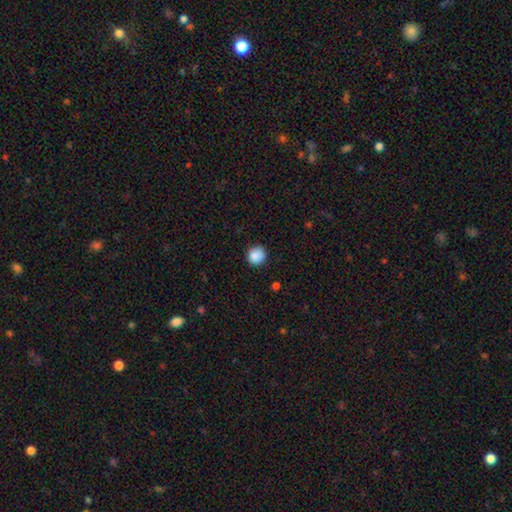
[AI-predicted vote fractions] Smooth or featured?
  - smooth: 87% *
  - star or artifact: 9%
  - featured or disk: 3%
How rounded?
  - round: 92% *
  - in between: 7%
  - cigar-shaped: 1%
Merging?
  - none: 88% *
  - minor disturbance: 9%
  - major disturbance: 2%
  - merger: 1%